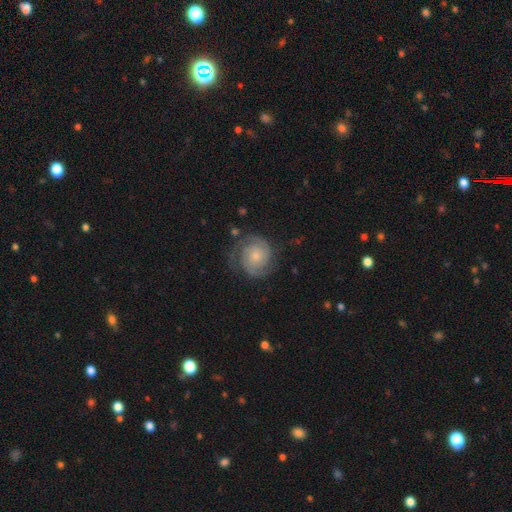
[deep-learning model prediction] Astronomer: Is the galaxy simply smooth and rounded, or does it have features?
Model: featured or disk — 86%.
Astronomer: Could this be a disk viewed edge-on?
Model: no — 98%.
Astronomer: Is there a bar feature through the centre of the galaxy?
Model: no — 76%.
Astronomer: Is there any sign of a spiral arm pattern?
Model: yes — 97%.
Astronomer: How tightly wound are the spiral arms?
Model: tight — 65%.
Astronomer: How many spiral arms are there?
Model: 2 — 77%.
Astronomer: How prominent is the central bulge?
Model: small — 62%.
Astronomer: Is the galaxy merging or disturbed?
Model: none — 74%.